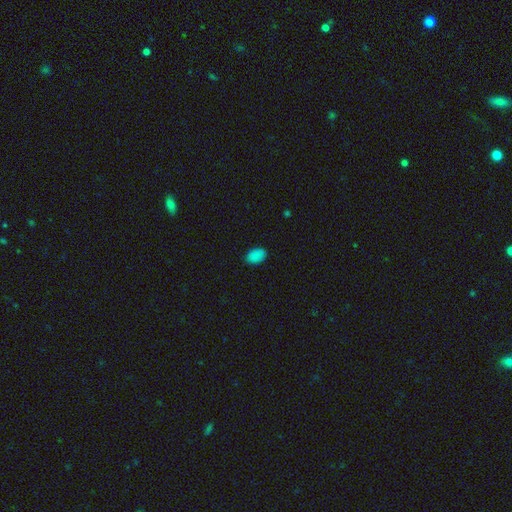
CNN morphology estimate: Smooth or featured? smooth (86%)
How rounded? in between (88%)
Merging? none (86%)